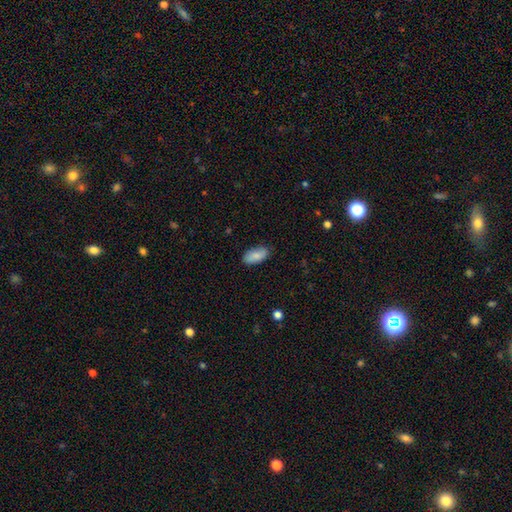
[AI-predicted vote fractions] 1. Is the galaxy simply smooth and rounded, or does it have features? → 82% smooth, 11% featured or disk, 6% star or artifact.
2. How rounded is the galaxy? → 92% in between, 6% cigar-shaped, 2% round.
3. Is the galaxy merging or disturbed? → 83% none, 13% minor disturbance, 2% major disturbance, 1% merger.